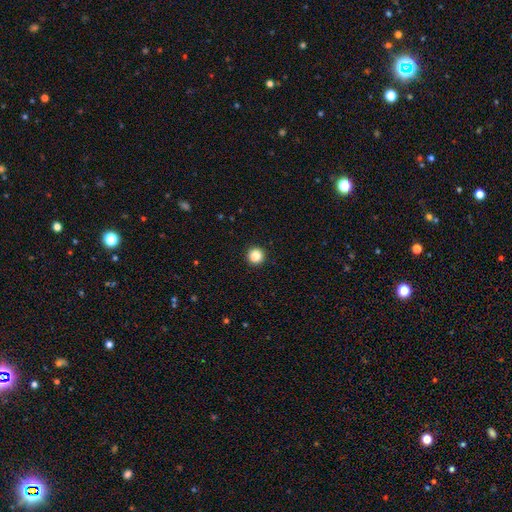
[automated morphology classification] This is clearly a smooth galaxy (86%). How rounded: clearly round (96%). Merging: clearly none (94%).